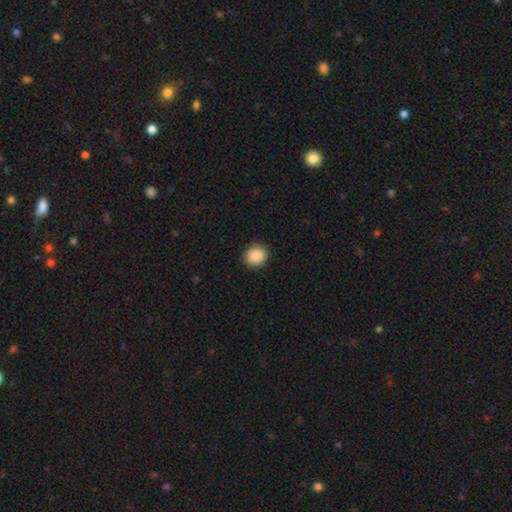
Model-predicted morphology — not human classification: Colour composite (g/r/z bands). It shows a smooth galaxy with no disk features (89%) that is round (82%). Merging: none (91%).